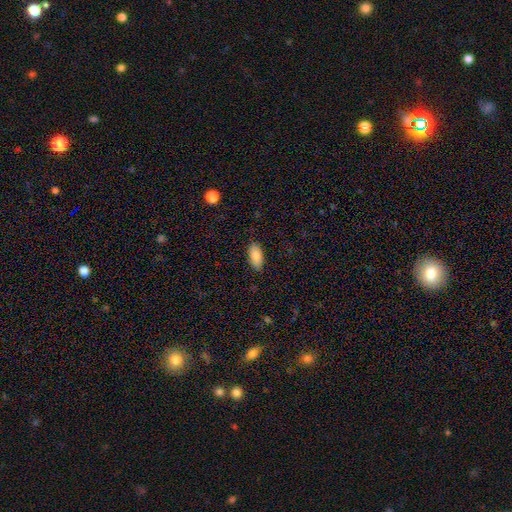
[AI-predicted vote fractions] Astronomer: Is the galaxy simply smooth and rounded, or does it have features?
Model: smooth — 88%.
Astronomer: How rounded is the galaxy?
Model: in between — 91%.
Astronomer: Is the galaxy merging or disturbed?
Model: none — 85%.